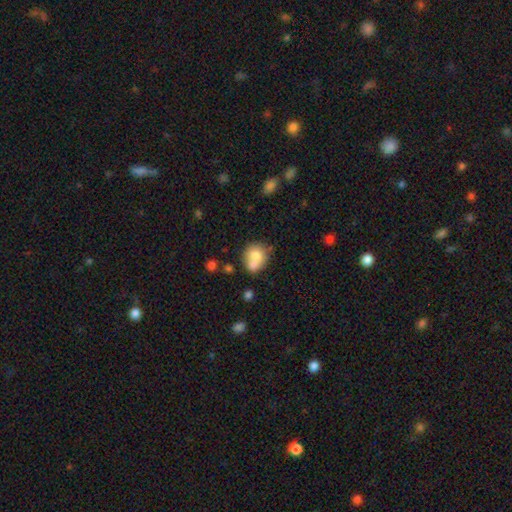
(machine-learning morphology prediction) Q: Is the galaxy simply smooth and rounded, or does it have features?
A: smooth — 71%.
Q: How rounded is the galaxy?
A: round — 72%.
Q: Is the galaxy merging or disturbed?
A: merger — 49%.